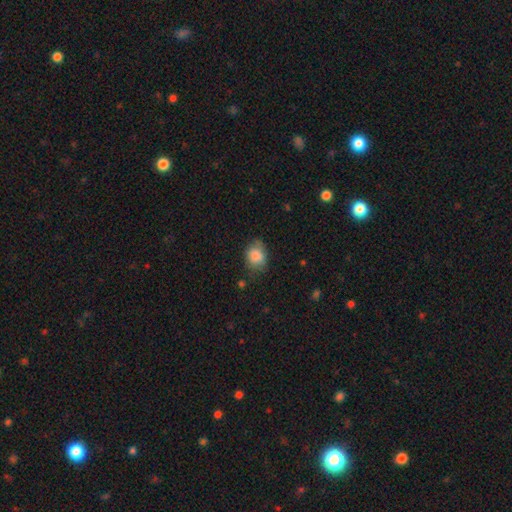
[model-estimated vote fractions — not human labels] Morphology: type=smooth (85%); roundness=in between (52%); merging=none (68%).